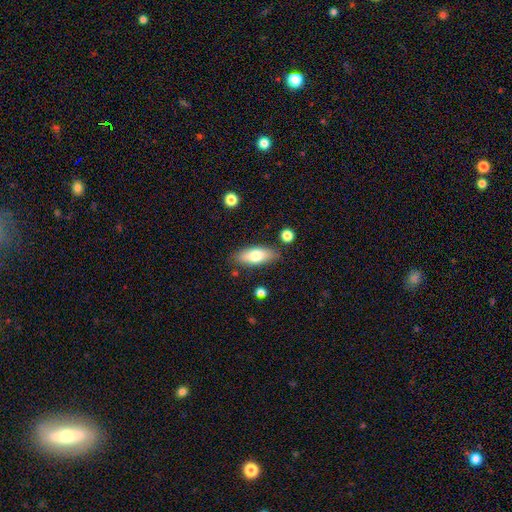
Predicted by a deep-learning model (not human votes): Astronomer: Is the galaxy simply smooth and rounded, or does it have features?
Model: smooth — 75%.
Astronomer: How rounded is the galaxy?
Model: in between — 79%.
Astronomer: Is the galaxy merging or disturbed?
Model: none — 82%.